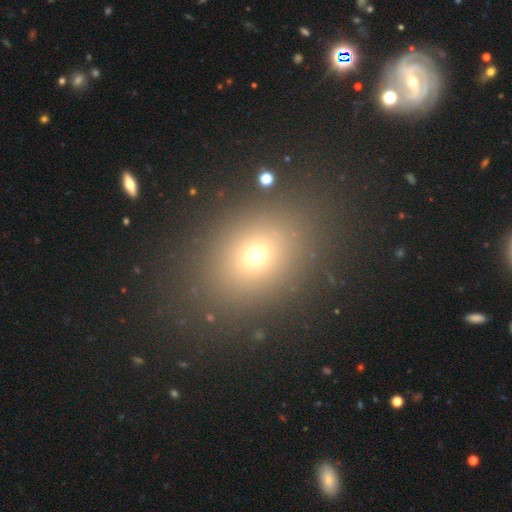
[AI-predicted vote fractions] The model was most divided on "how rounded": in between: 55%, round: 44%, cigar-shaped: 2%. More confident: merging — none (85%); smooth or featured — smooth (66%).